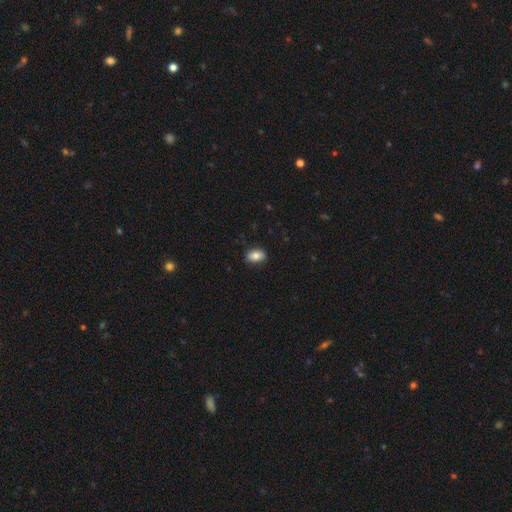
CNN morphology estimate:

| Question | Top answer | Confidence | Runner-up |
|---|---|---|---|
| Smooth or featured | smooth | 83% | featured or disk (9%) |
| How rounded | in between | 85% | round (14%) |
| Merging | none | 86% | minor disturbance (11%) |